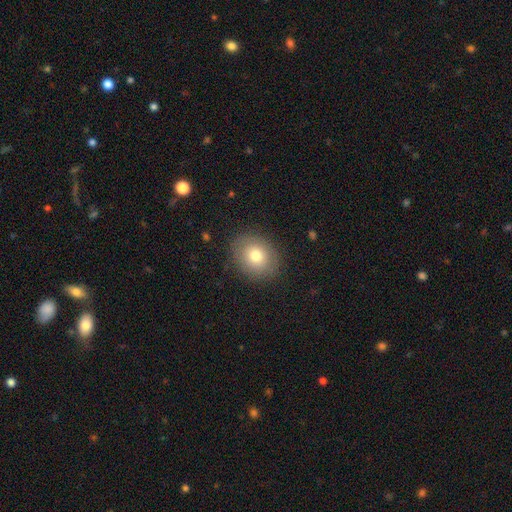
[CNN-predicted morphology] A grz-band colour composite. It shows a smooth galaxy with no disk features (77%) that is round (61%). Merging: none (86%).